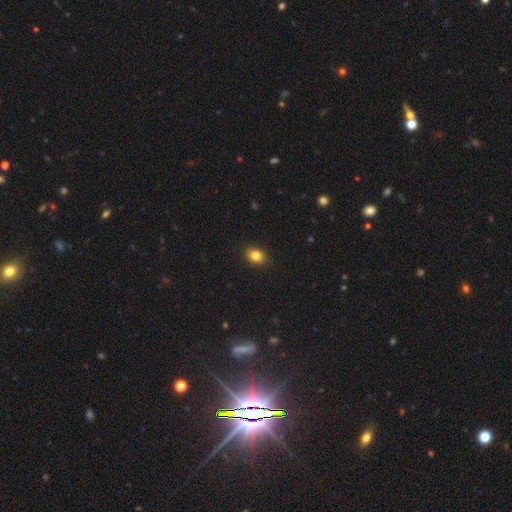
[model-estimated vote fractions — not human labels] A smooth galaxy with no disk features (85%) that is in between round and cigar-shaped (72%).

Vote fractions:
- Smooth or featured? smooth: 85% / star or artifact: 9% / featured or disk: 6%
- How rounded? in between: 72% / round: 27% / cigar-shaped: 1%
- Merging? none: 90% / minor disturbance: 7% / major disturbance: 2% / merger: 1%